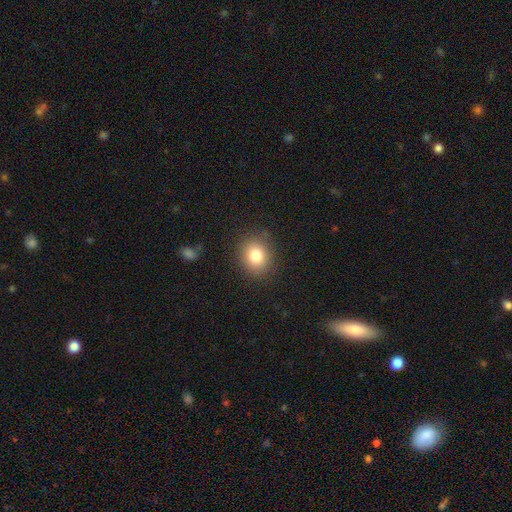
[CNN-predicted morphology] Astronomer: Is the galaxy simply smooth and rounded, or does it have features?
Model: smooth — 81%.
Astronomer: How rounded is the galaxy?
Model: round — 66%.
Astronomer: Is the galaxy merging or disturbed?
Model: none — 86%.